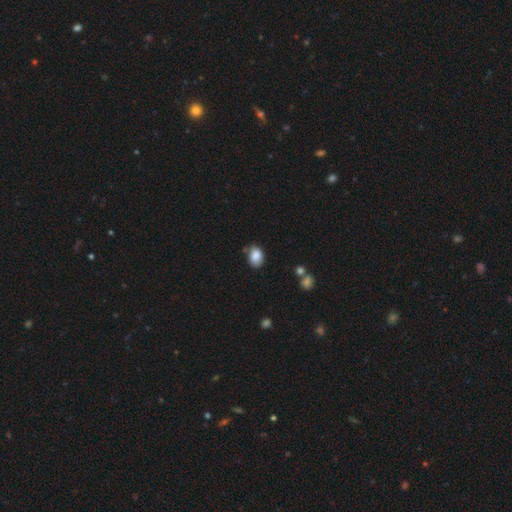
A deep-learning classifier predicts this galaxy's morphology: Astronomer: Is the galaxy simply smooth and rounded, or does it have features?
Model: smooth — 85%.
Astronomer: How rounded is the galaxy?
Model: in between — 75%.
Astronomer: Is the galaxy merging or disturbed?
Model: none — 64%.